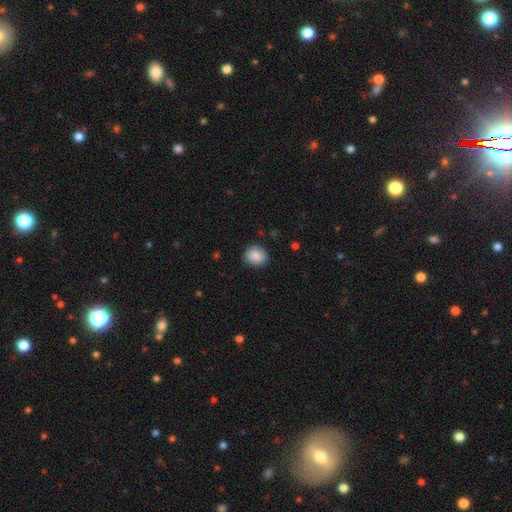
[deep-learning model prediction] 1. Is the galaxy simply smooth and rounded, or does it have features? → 87% smooth, 7% star or artifact, 5% featured or disk.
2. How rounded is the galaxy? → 73% round, 26% in between, 1% cigar-shaped.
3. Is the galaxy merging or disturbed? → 86% none, 11% minor disturbance, 2% major disturbance, 1% merger.